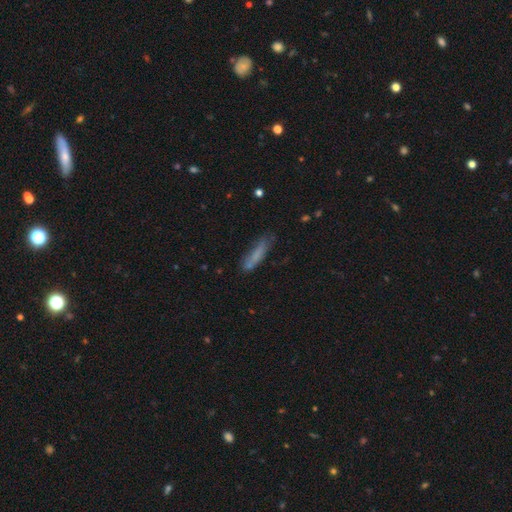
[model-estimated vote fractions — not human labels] Morphology: type=smooth (71%); roundness=cigar-shaped (79%); merging=none (62%).